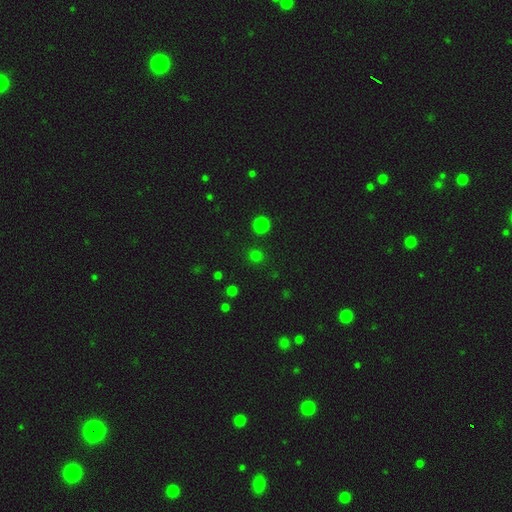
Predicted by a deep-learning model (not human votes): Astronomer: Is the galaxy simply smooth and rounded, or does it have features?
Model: smooth — 74%.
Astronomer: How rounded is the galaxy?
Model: round — 92%.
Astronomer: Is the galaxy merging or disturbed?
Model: none — 89%.